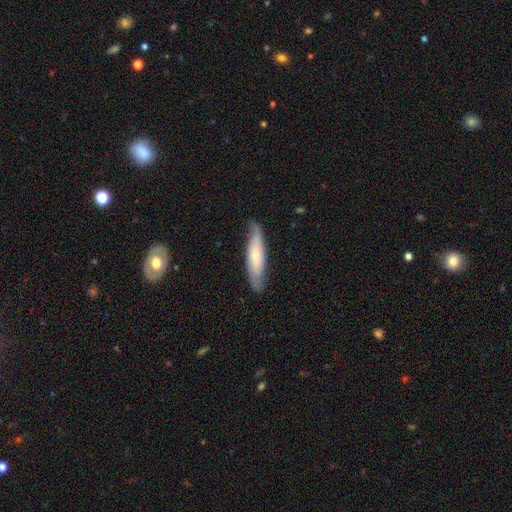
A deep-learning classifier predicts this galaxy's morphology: This appears to be a smooth galaxy with no disk features (52%) that is cigar-shaped (76%). Merging: none (79%).